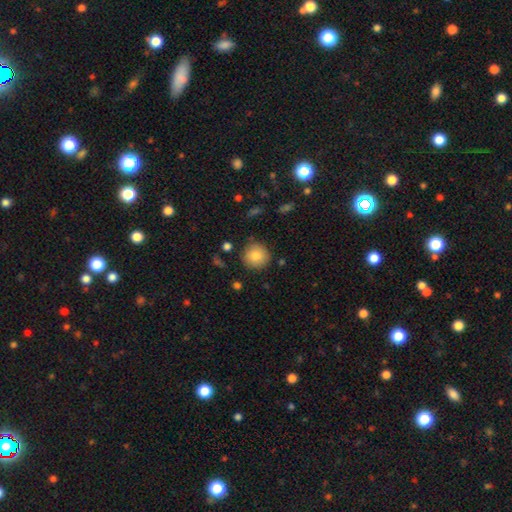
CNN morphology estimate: smooth-or-featured: smooth: 83% | star or artifact: 9% | featured or disk: 8%
  how-rounded: round: 93% | in between: 6% | cigar-shaped: 1%
  merging: none: 87% | minor disturbance: 8% | major disturbance: 2% | merger: 2%